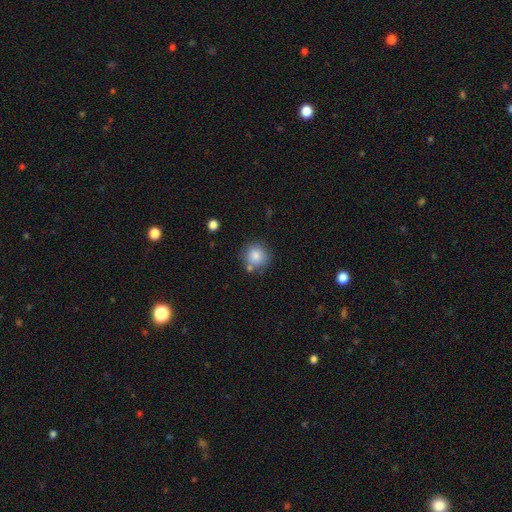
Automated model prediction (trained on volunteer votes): Morphology: type=smooth (84%); roundness=round (91%); merging=none (75%).